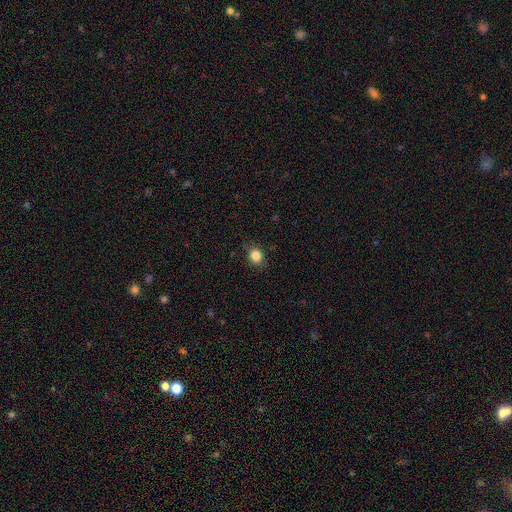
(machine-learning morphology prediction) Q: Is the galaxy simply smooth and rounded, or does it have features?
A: smooth — 84%.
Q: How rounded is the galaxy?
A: round — 62%.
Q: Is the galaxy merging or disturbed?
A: none — 84%.